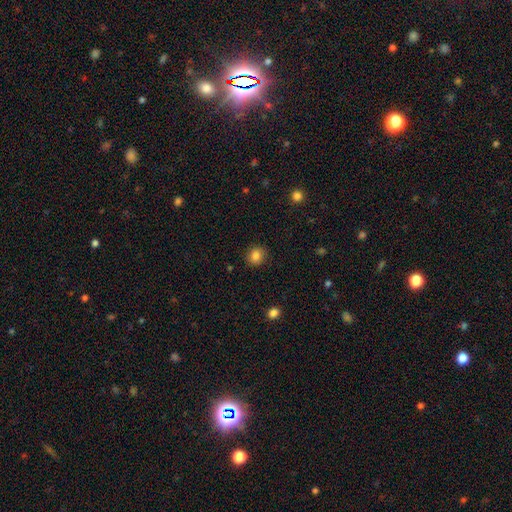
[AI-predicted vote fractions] Smooth or featured: smooth — 84% (star or artifact — 10%)
How rounded: round — 82% (in between — 17%)
Merging: none — 89% (minor disturbance — 8%)